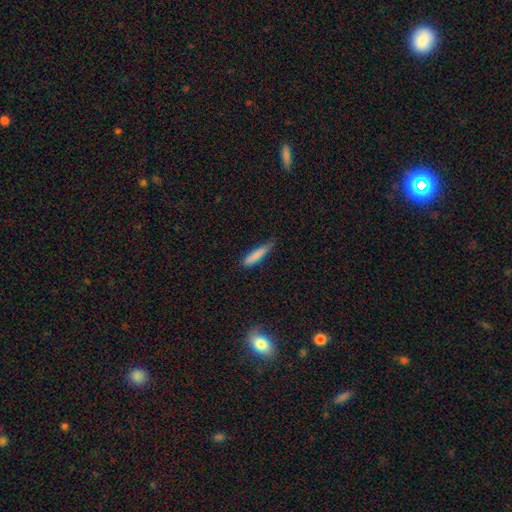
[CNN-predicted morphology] type=smooth (82%); roundness=cigar-shaped (85%); merging=none (60%).